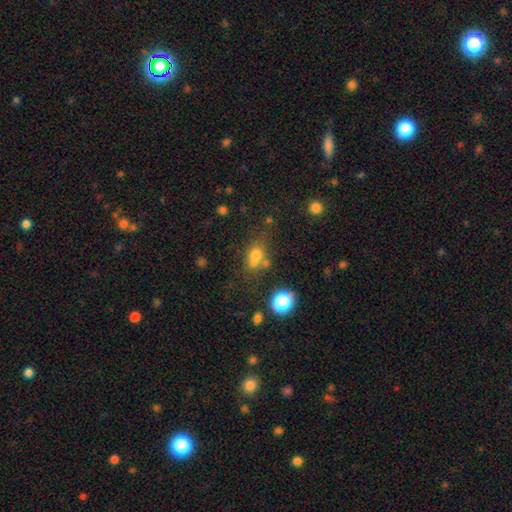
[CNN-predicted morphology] smooth_or_featured: smooth (p=0.69) [alt: star or artifact p=0.18]
how_rounded: round (p=0.52) [alt: in between p=0.46]
merging: none (p=0.44) [alt: merger p=0.34]